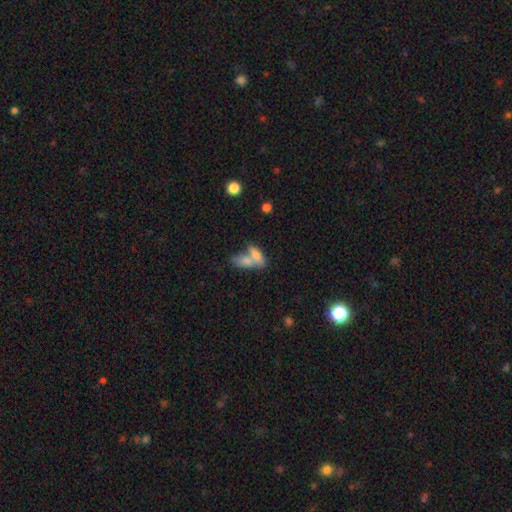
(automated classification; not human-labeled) Smooth or featured? smooth (76%)
How rounded? in between (73%)
Merging? merger (62%)